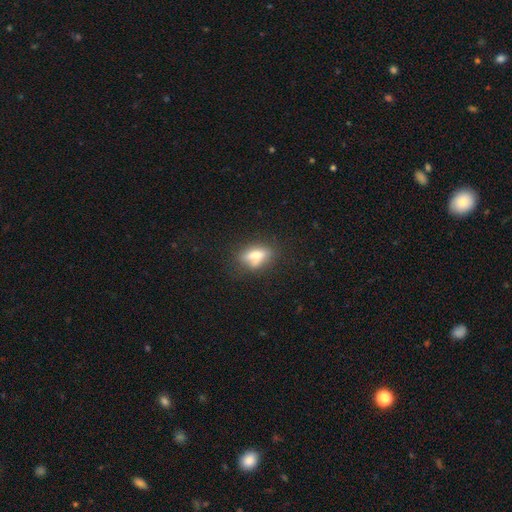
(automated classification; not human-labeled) smooth_or_featured: smooth (p=0.56) [alt: featured or disk p=0.33]
how_rounded: in between (p=0.68) [alt: cigar-shaped p=0.21]
merging: none (p=0.63) [alt: minor disturbance p=0.21]